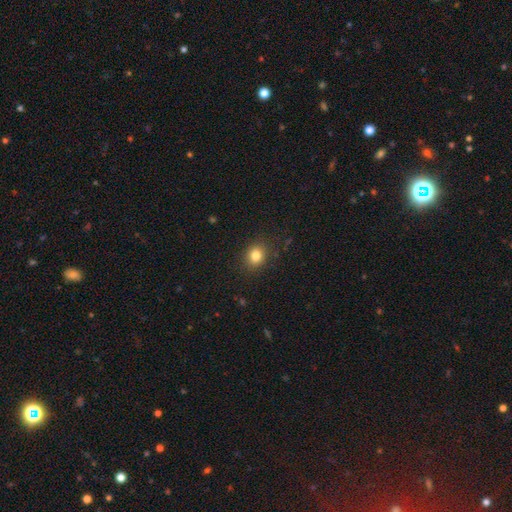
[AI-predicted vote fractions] The model was most divided on "how rounded": round: 65%, in between: 34%, cigar-shaped: 1%. More confident: merging — none (88%); smooth or featured — smooth (83%).